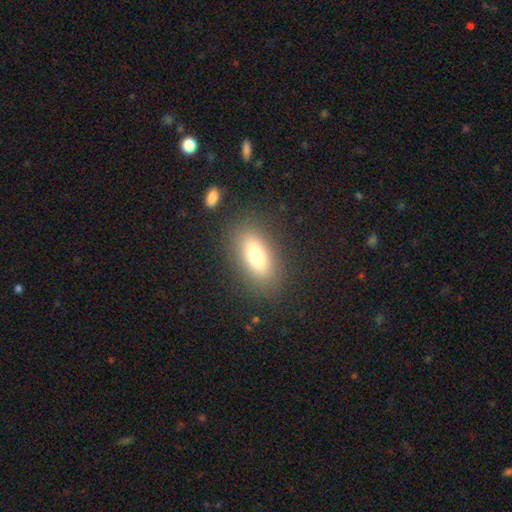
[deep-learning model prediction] smooth-or-featured: smooth: 74% | featured or disk: 17% | star or artifact: 9%
  how-rounded: in between: 82% | cigar-shaped: 13% | round: 5%
  merging: none: 85% | minor disturbance: 9% | major disturbance: 4% | merger: 2%